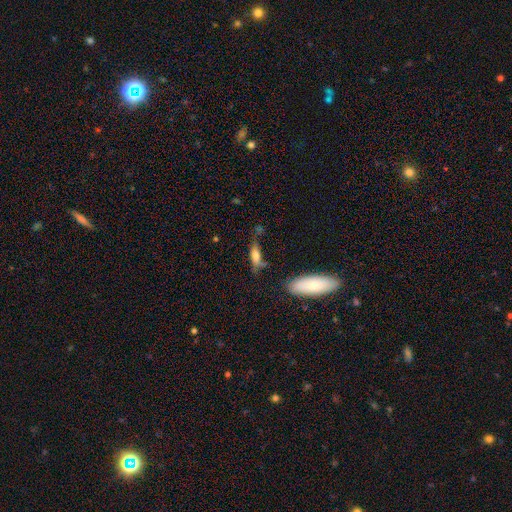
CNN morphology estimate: A smooth galaxy with no disk features (71%) that is in between round and cigar-shaped (57%).

Vote fractions:
- Smooth or featured? smooth: 71% / featured or disk: 20% / star or artifact: 9%
- How rounded? in between: 57% / cigar-shaped: 39% / round: 3%
- Merging? none: 49% / minor disturbance: 25% / major disturbance: 14% / merger: 11%